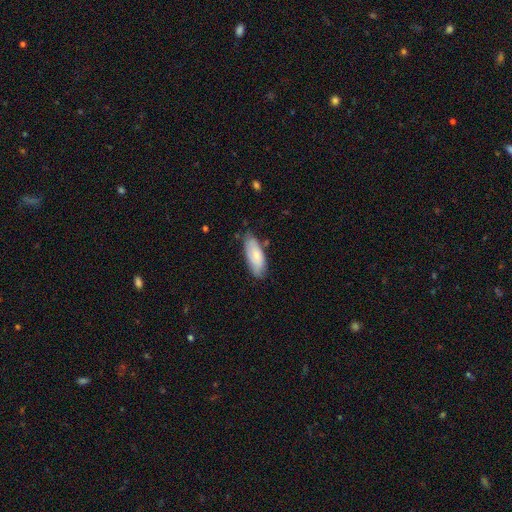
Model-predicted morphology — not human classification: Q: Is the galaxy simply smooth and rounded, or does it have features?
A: smooth — 74%.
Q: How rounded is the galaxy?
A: in between — 79%.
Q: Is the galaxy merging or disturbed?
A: none — 72%.